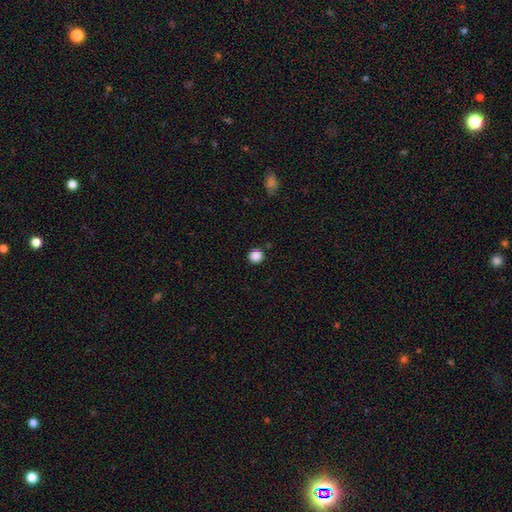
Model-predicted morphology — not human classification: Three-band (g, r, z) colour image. It shows a smooth galaxy with no disk features (87%) that is round (91%). Merging: none (89%).